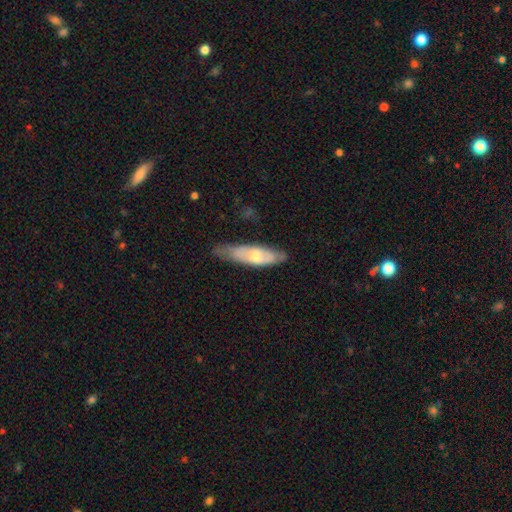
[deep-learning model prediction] smooth 49%, featured or disk 45%, star or artifact 6%. Down the decision tree: merging — none (60%).